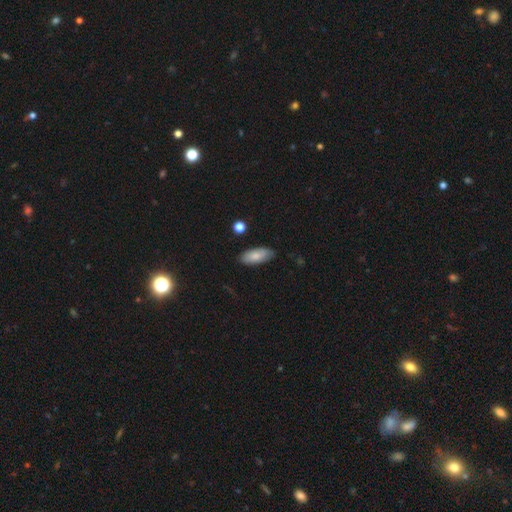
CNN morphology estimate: This is clearly a smooth galaxy (80%). How rounded: clearly in between (85%). Merging: clearly none (82%).